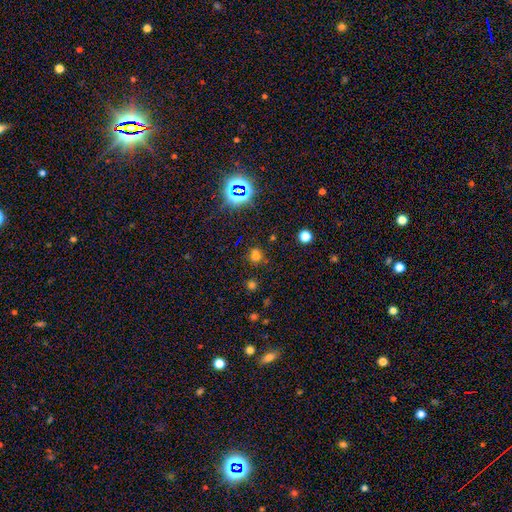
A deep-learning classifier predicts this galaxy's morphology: smooth_or_featured: smooth (p=0.57) [alt: star or artifact p=0.36]
how_rounded: round (p=0.74) [alt: in between p=0.25]
merging: none (p=0.70) [alt: minor disturbance p=0.14]